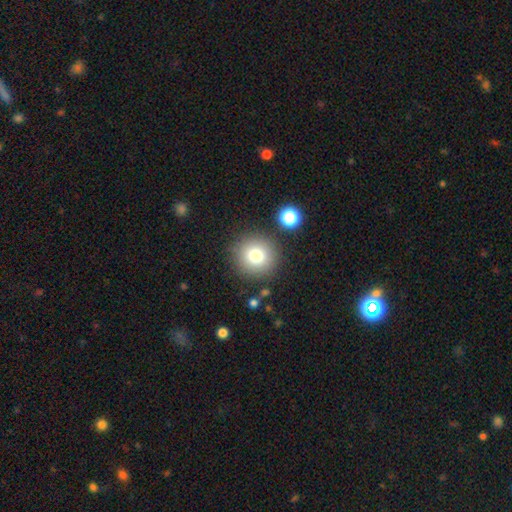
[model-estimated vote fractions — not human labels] Smooth or featured: smooth — 77% (star or artifact — 13%)
How rounded: round — 94% (in between — 5%)
Merging: none — 85% (minor disturbance — 8%)